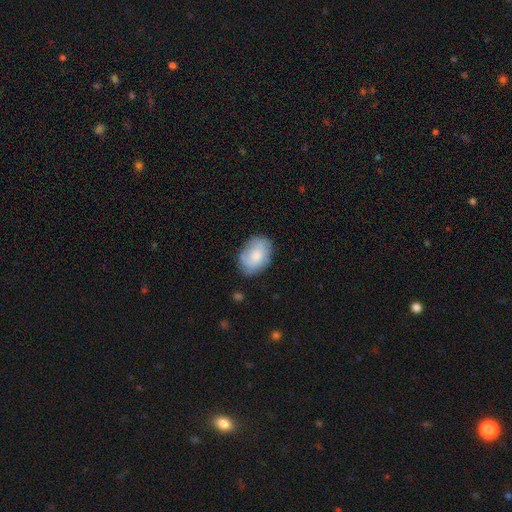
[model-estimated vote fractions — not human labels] A smooth galaxy with no disk features (73%) that is in between round and cigar-shaped (81%).

Vote fractions:
- Smooth or featured? smooth: 73% / featured or disk: 21% / star or artifact: 6%
- How rounded? in between: 81% / round: 18% / cigar-shaped: 1%
- Merging? none: 71% / minor disturbance: 22% / major disturbance: 6% / merger: 2%